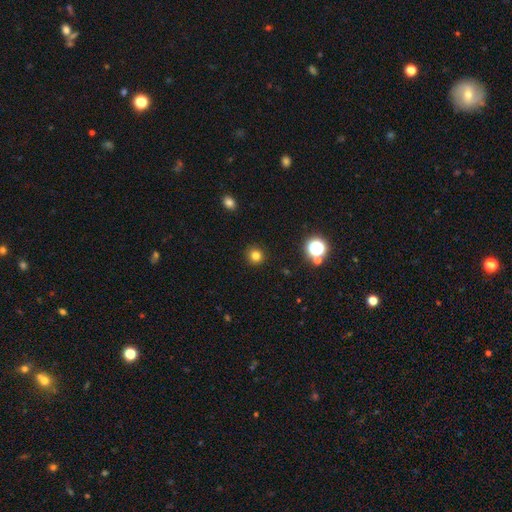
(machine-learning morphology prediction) smooth 79%, star or artifact 16%, featured or disk 5%. Down the decision tree: how rounded — round (93%); merging — none (91%).